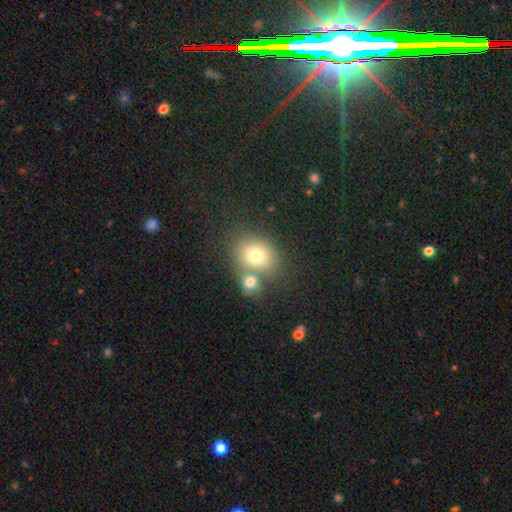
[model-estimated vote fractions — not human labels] This appears to be a smooth galaxy with no disk features (74%) that is round (54%). Merging: none (53%).